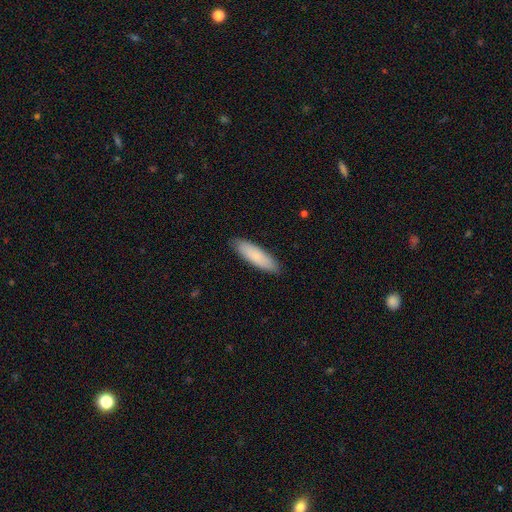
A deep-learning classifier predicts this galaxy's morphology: Smooth or featured? Predicted: smooth (p=0.83). How rounded? Predicted: cigar-shaped (p=0.60). Merging? Predicted: none (p=0.88).